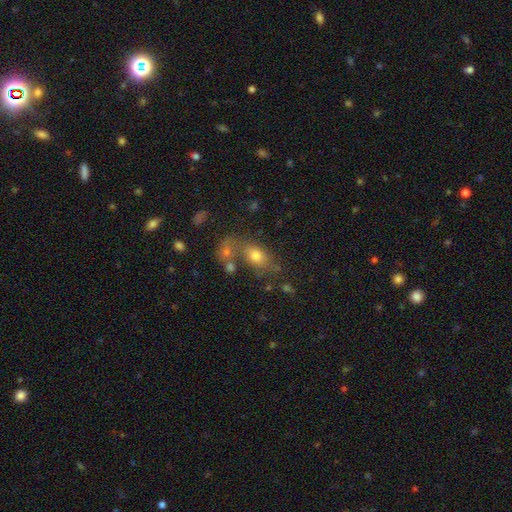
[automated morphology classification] A smooth galaxy with no disk features (71%) that is in between round and cigar-shaped (77%). Merging: none (49%).